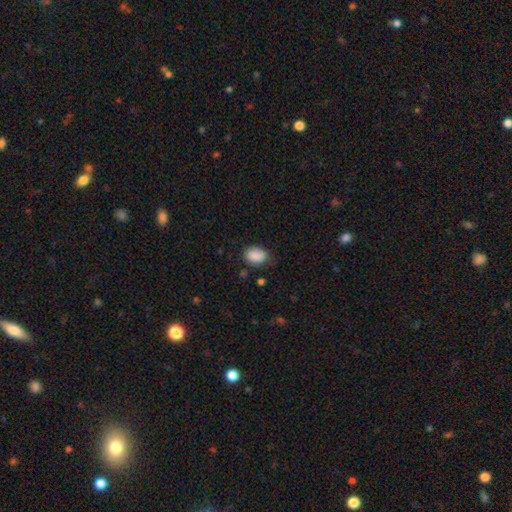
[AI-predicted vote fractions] smooth 89%, star or artifact 8%, featured or disk 4%. Down the decision tree: how rounded — in between (79%); merging — none (73%).